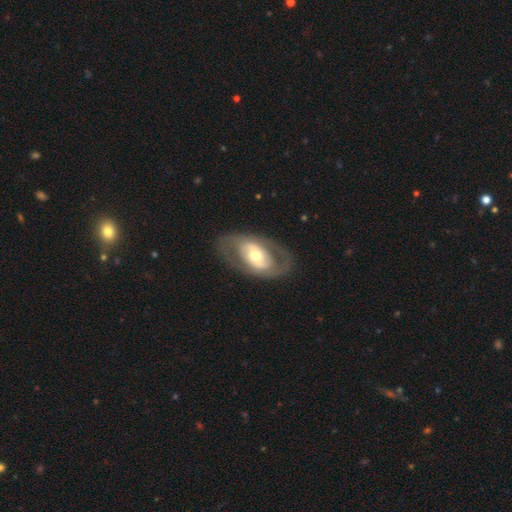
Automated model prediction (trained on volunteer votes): This is likely a featured or disk galaxy (70%). It is clearly not viewed edge-on (92%). Bar: possibly no (51%). Spiral arm pattern: possibly no (50%, tied with yes). Central bulge: likely moderate (66%). Merging: likely none (77%).